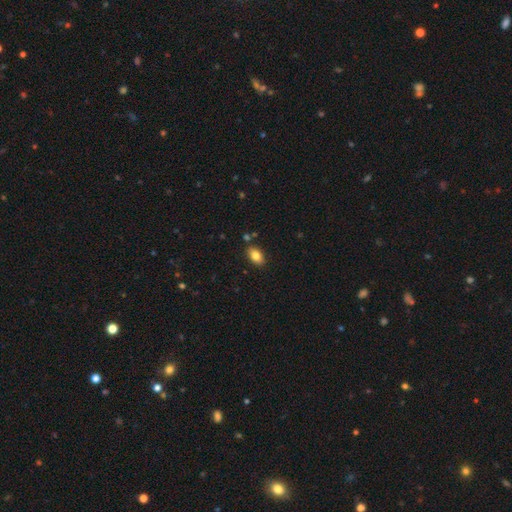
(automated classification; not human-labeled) Morphology: type=smooth (83%); roundness=in between (89%); merging=none (84%).